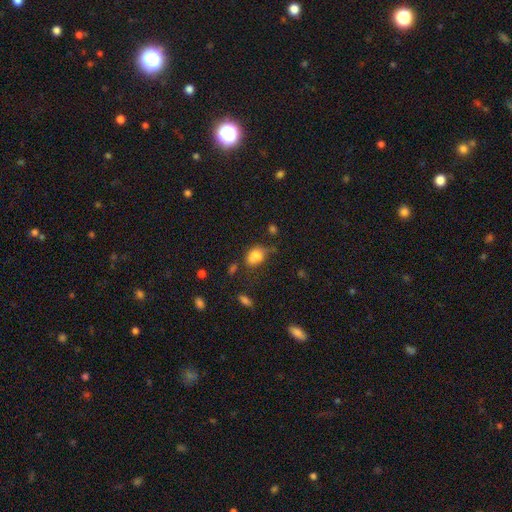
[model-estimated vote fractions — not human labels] A smooth galaxy with no disk features (73%) that is in between round and cigar-shaped (68%). Merging: none (33%).